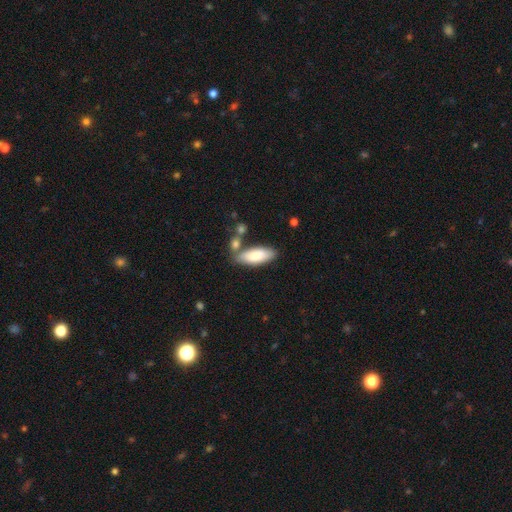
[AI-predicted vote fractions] A smooth galaxy with no disk features (80%) that is in between round and cigar-shaped (74%).

Vote fractions:
- Smooth or featured? smooth: 80% / featured or disk: 14% / star or artifact: 6%
- How rounded? in between: 74% / cigar-shaped: 24% / round: 2%
- Merging? none: 67% / merger: 15% / minor disturbance: 14% / major disturbance: 4%